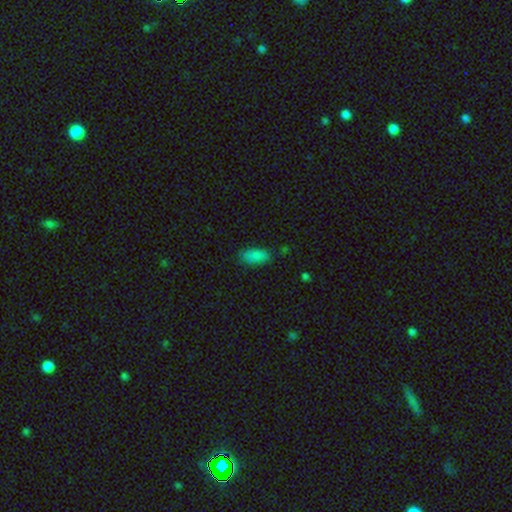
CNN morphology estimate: A smooth galaxy with no disk features (86%) that is in between round and cigar-shaped (88%). Merging: none (77%).